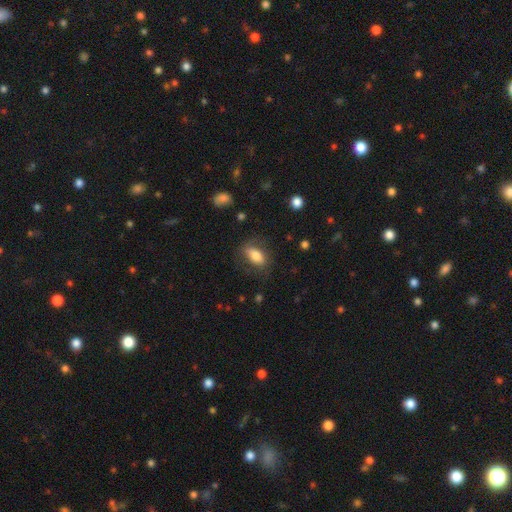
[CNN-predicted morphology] A smooth galaxy with no disk features (77%) that is in between round and cigar-shaped (86%).

Vote fractions:
- Smooth or featured? smooth: 77% / featured or disk: 16% / star or artifact: 8%
- How rounded? in between: 86% / round: 8% / cigar-shaped: 6%
- Merging? none: 74% / minor disturbance: 17% / major disturbance: 8% / merger: 1%